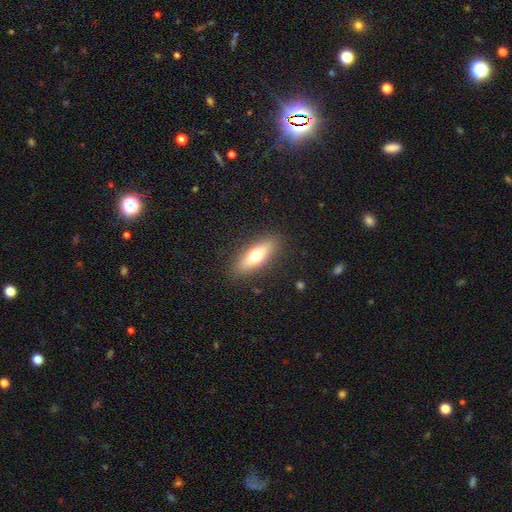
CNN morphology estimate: type=smooth (61%); roundness=in between (53%); merging=none (88%).